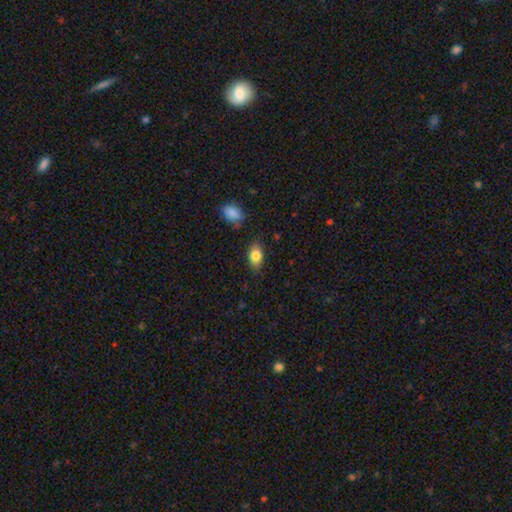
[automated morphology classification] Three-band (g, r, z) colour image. It shows a smooth galaxy with no disk features (83%) that is in between round and cigar-shaped (89%). Merging: none (81%).